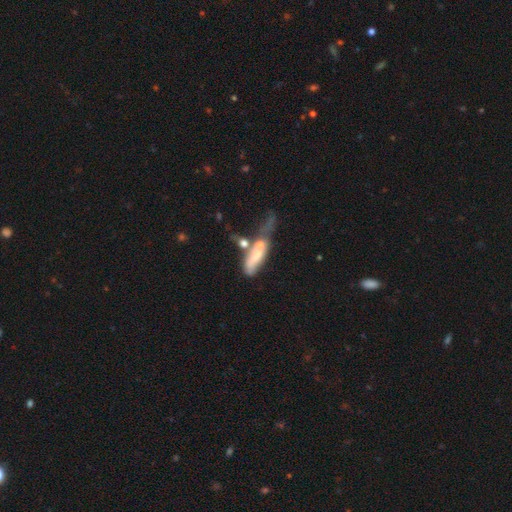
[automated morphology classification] Overall: smooth (54%; featured or disk 36%). How rounded: in between (50%; cigar-shaped 46%). Merging: merger (41%; major disturbance 28%).